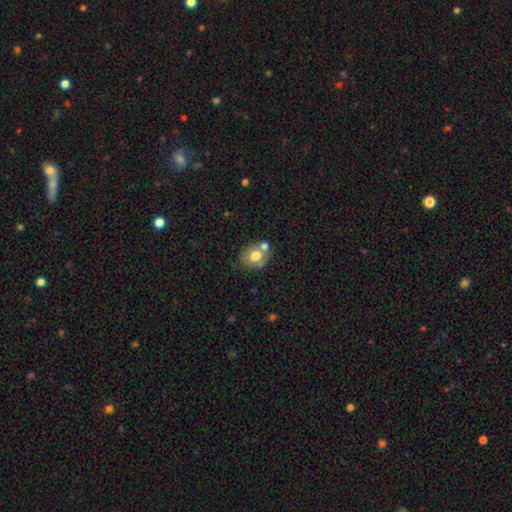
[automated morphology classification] This is likely a smooth galaxy (66%). How rounded: possibly round (54%). Merging: possibly none (47%).